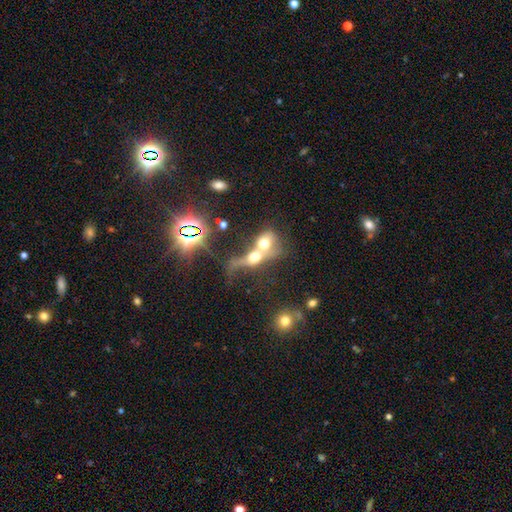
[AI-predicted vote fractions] Q: Smooth or featured?
A: smooth (53%); runner-up: featured or disk (31%)
Q: How rounded?
A: round (52%); runner-up: in between (43%)
Q: Merging?
A: merger (78%); runner-up: none (10%)